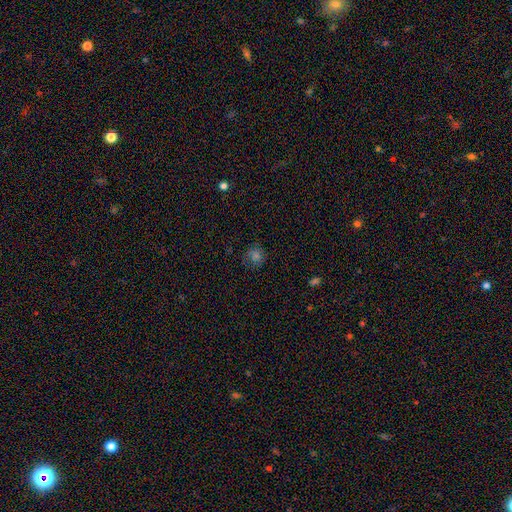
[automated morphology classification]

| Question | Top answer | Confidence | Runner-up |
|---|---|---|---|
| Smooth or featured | smooth | 72% | star or artifact (20%) |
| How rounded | round | 88% | in between (11%) |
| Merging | none | 81% | minor disturbance (13%) |